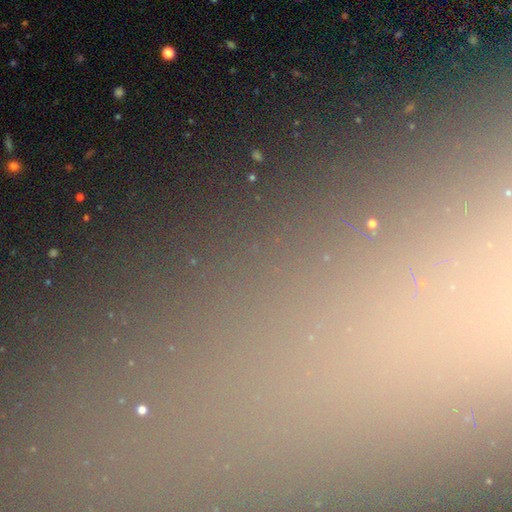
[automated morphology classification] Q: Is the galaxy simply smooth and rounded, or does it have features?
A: star or artifact — 71%.